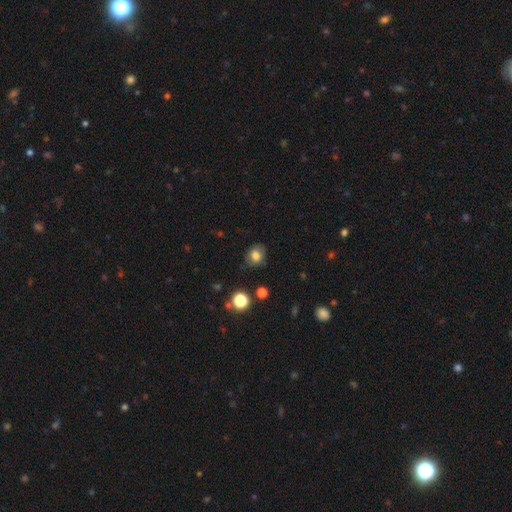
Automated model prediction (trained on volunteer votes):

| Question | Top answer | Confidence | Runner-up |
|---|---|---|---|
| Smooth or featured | smooth | 75% | featured or disk (13%) |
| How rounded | round | 56% | in between (43%) |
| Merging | none | 74% | minor disturbance (19%) |